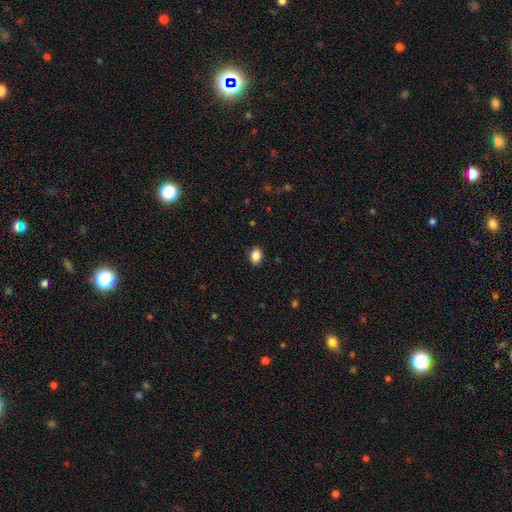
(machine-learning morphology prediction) smooth_or_featured: smooth (p=0.88) [alt: star or artifact p=0.08]
how_rounded: in between (p=0.74) [alt: round p=0.25]
merging: none (p=0.89) [alt: minor disturbance p=0.08]